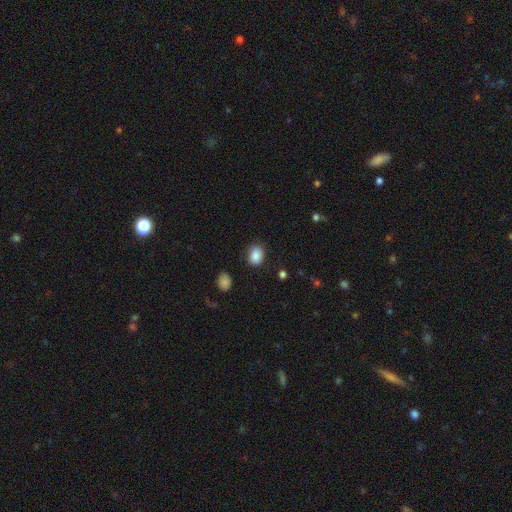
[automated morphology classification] The model was most divided on "how rounded": in between: 63%, round: 36%, cigar-shaped: 1%. More confident: smooth or featured — smooth (86%); merging — none (78%).